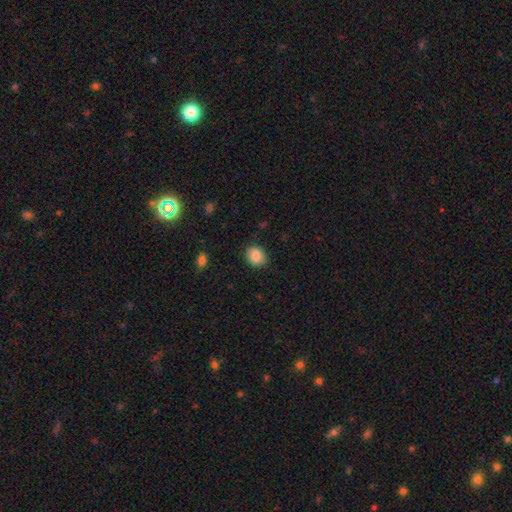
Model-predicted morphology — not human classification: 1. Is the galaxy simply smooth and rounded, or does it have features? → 87% smooth, 8% star or artifact, 5% featured or disk.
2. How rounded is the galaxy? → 56% round, 43% in between, 1% cigar-shaped.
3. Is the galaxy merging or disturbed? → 84% none, 12% minor disturbance, 3% major disturbance, 1% merger.